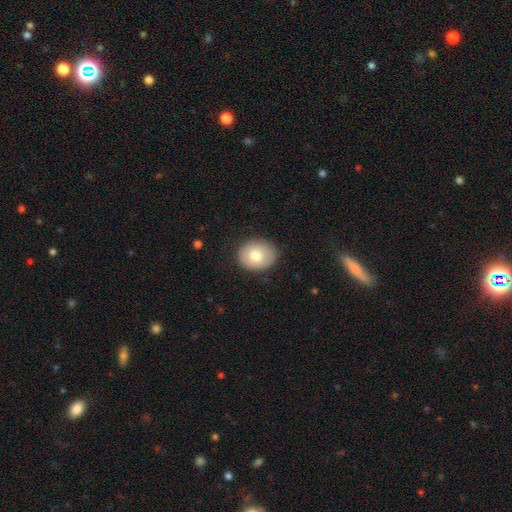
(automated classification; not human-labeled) Overall: smooth (74%). How rounded: round (55%; in between 44%). Merging: none (85%).